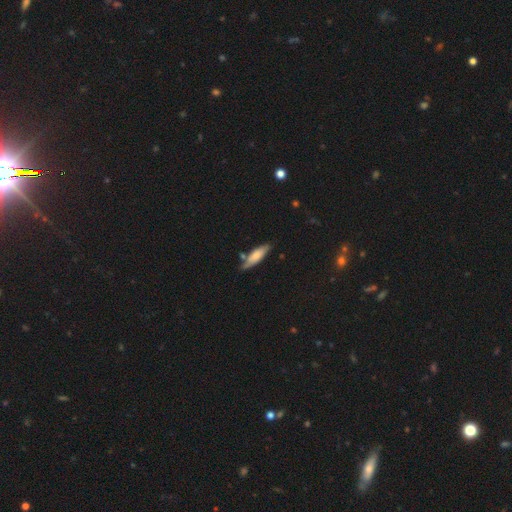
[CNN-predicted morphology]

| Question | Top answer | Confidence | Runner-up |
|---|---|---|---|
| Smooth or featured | smooth | 68% | featured or disk (26%) |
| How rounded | cigar-shaped | 57% | in between (41%) |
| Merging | none | 67% | minor disturbance (22%) |